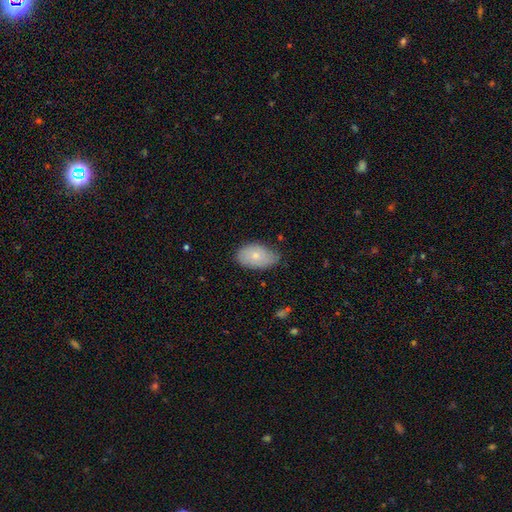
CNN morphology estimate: type=smooth (75%); roundness=in between (92%); merging=none (63%).